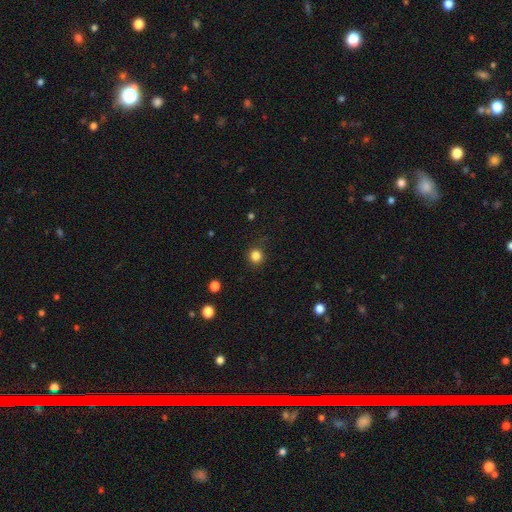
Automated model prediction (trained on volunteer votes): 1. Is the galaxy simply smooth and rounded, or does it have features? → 83% smooth, 13% star or artifact, 4% featured or disk.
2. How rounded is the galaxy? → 92% round, 7% in between, 1% cigar-shaped.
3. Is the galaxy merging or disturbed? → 88% none, 8% minor disturbance, 3% major disturbance, 1% merger.